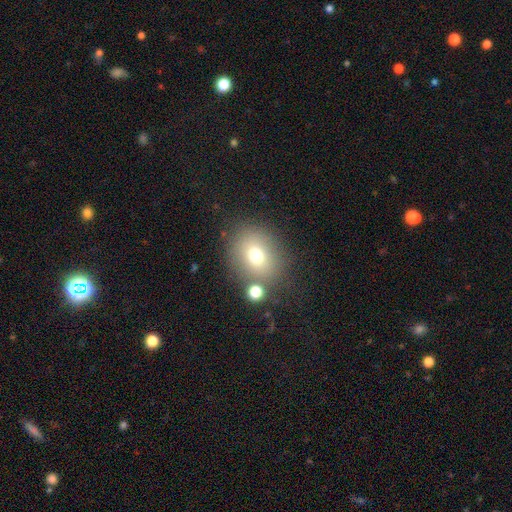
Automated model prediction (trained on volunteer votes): Morphology: type=smooth (73%); roundness=round (57%); merging=none (73%).